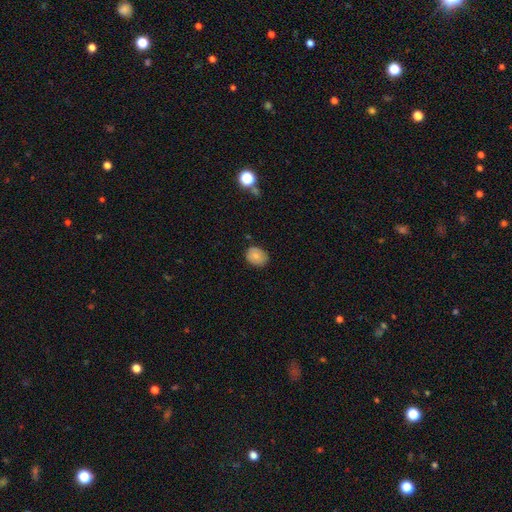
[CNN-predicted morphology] Overall: smooth (74%). How rounded: round (52%; in between 47%). Merging: none (77%).